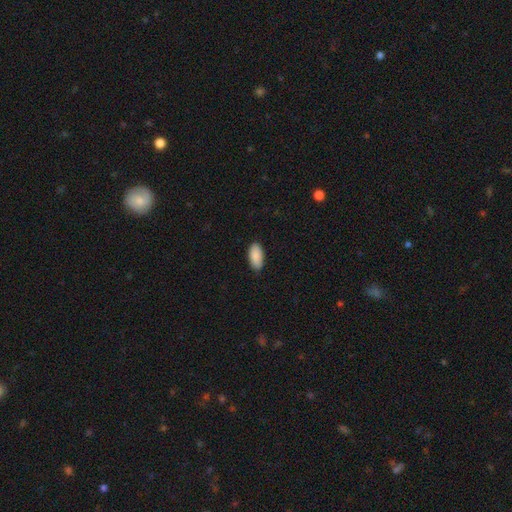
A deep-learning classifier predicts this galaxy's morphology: smooth 90%, star or artifact 6%, featured or disk 4%. Down the decision tree: how rounded — in between (93%); merging — none (87%).